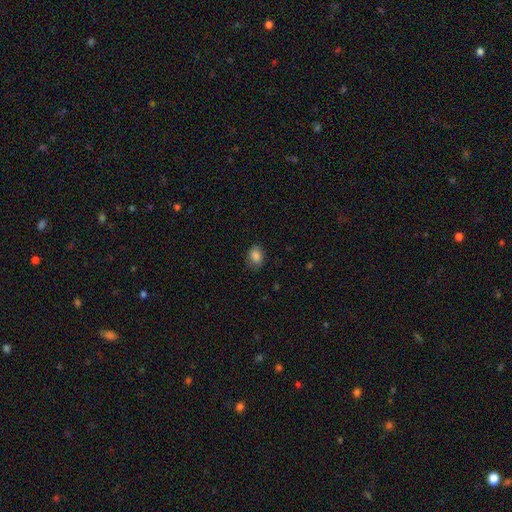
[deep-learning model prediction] The model was most divided on "how rounded": in between: 69%, round: 30%, cigar-shaped: 1%. More confident: smooth or featured — smooth (85%); merging — none (80%).